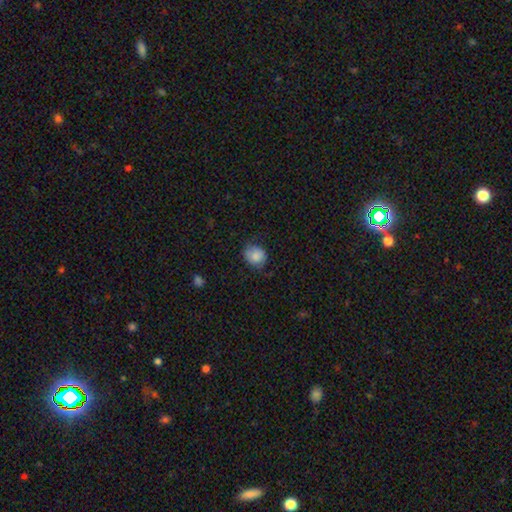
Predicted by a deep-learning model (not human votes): Q: Smooth or featured?
A: smooth (83%); runner-up: featured or disk (9%)
Q: How rounded?
A: round (65%); runner-up: in between (34%)
Q: Merging?
A: none (67%); runner-up: minor disturbance (25%)